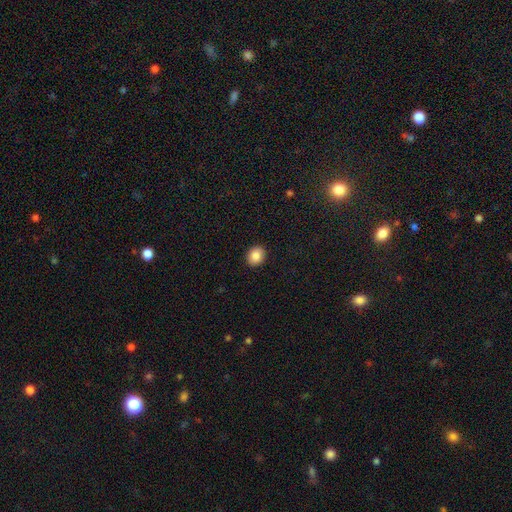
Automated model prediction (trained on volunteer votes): Smooth or featured? smooth (85%)
How rounded? round (59%)
Merging? none (92%)